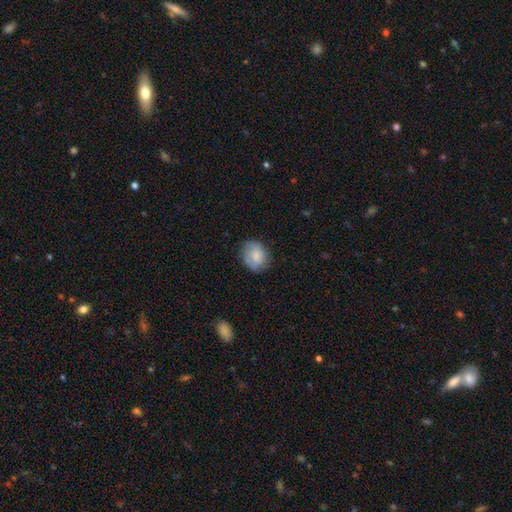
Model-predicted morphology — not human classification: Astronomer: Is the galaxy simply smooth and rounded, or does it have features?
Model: smooth — 71%.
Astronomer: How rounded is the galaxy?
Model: in between — 50% (runner-up: round, 49%).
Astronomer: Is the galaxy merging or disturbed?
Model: none — 68%.